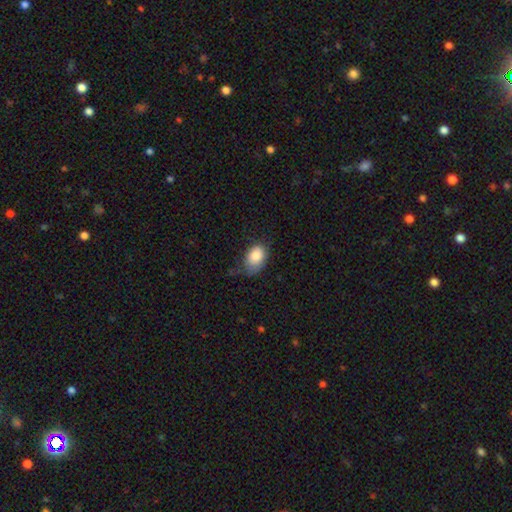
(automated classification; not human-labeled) Smooth or featured?
  - smooth: 85% *
  - featured or disk: 8%
  - star or artifact: 7%
How rounded?
  - in between: 86% *
  - round: 13%
  - cigar-shaped: 1%
Merging?
  - none: 50% *
  - minor disturbance: 36%
  - major disturbance: 12%
  - merger: 2%